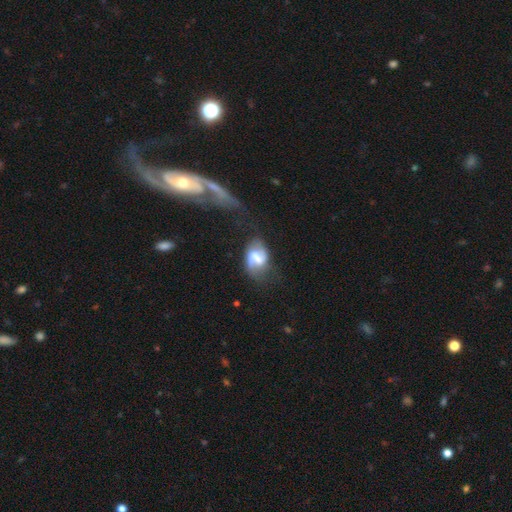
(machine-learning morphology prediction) Q: Smooth or featured?
A: featured or disk (68%); runner-up: smooth (25%)
Q: Edge-on disk?
A: no (97%); runner-up: yes (3%)
Q: Bar?
A: weak (47%); runner-up: strong (30%)
Q: Spiral arms?
A: yes (82%); runner-up: no (18%)
Q: Spiral winding?
A: loose (48%); runner-up: medium (38%)
Q: Spiral arm count?
A: 2 (81%); runner-up: can't tell (8%)
Q: Bulge size?
A: moderate (39%); runner-up: large (23%)
Q: Merging?
A: none (45%); runner-up: minor disturbance (24%)